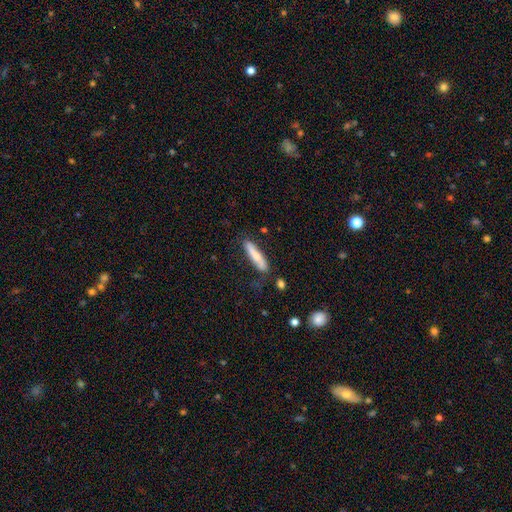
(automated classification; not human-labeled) Smooth or featured?
  - smooth: 66% *
  - featured or disk: 29%
  - star or artifact: 6%
How rounded?
  - cigar-shaped: 82% *
  - in between: 16%
  - round: 2%
Merging?
  - none: 74% *
  - minor disturbance: 18%
  - major disturbance: 4%
  - merger: 4%